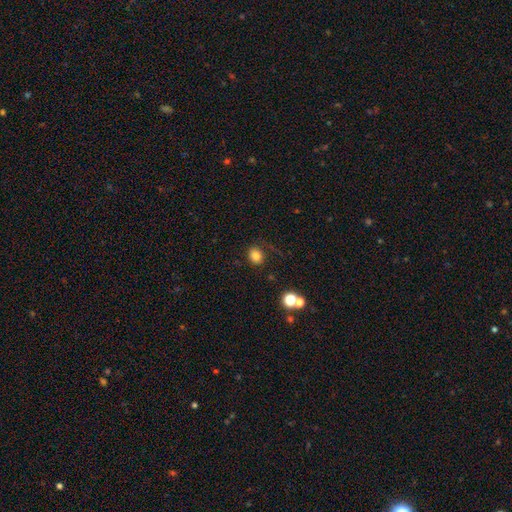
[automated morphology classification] A smooth galaxy with no disk features (80%) that is round (64%). Merging: none (76%).